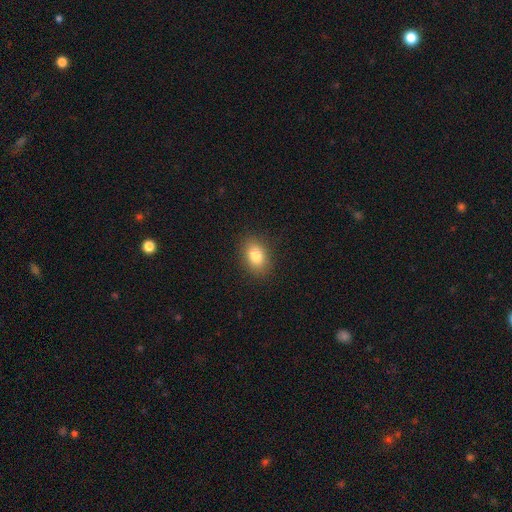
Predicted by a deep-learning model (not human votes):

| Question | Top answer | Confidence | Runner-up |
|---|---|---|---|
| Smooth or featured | smooth | 82% | star or artifact (9%) |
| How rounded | in between | 80% | round (19%) |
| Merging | none | 88% | minor disturbance (9%) |